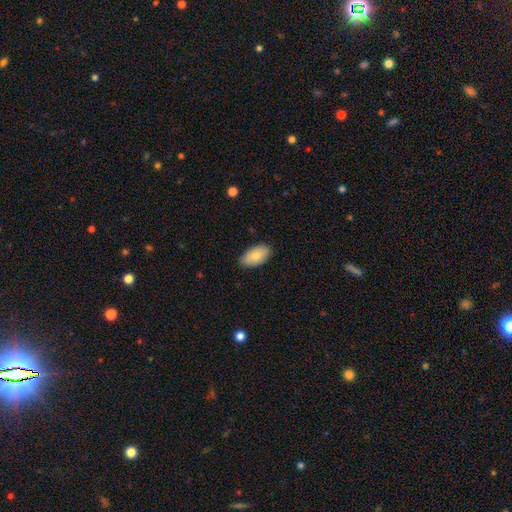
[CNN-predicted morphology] smooth 81%, featured or disk 13%, star or artifact 6%. Down the decision tree: how rounded — in between (95%); merging — none (84%).